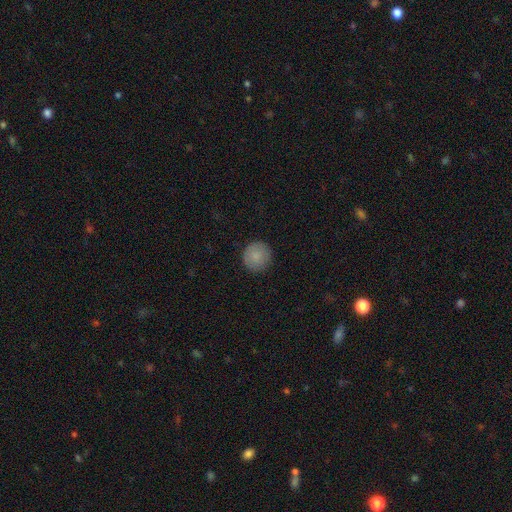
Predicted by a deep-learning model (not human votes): Smooth or featured? Predicted: smooth (p=0.86). How rounded? Predicted: round (p=0.95). Merging? Predicted: none (p=0.89).